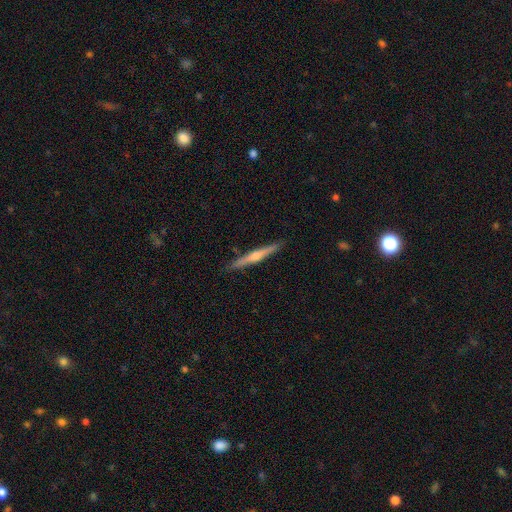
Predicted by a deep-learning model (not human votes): smooth-or-featured: featured or disk: 70% | smooth: 25% | star or artifact: 5%
  disk-edge-on: yes: 98% | no: 2%
    edge-on-bulge: rounded: 83% | none: 13% | boxy: 4%
  merging: none: 91% | minor disturbance: 6% | major disturbance: 1% | merger: 1%